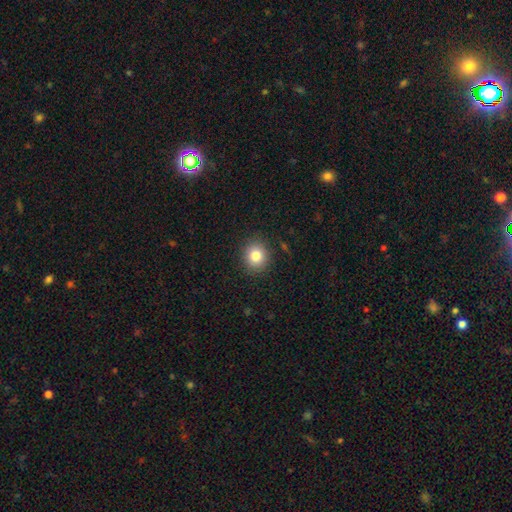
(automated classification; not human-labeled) Q: Smooth or featured?
A: smooth (82%); runner-up: star or artifact (11%)
Q: How rounded?
A: round (84%); runner-up: in between (15%)
Q: Merging?
A: none (90%); runner-up: minor disturbance (7%)